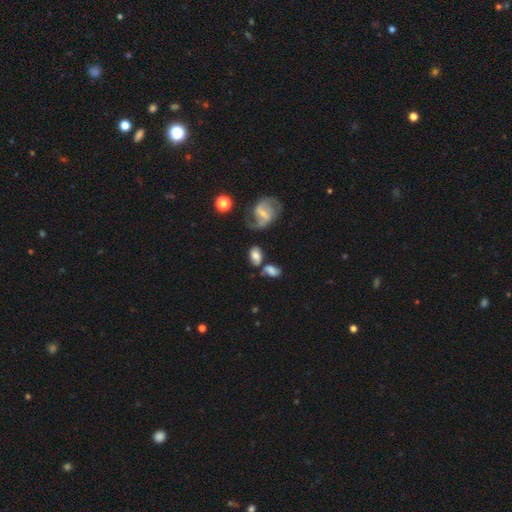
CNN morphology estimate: A smooth galaxy with no disk features (53%) that is in between round and cigar-shaped (82%). Merging: none (46%).